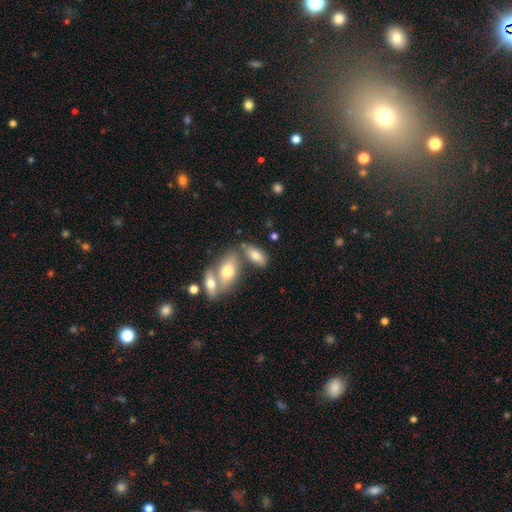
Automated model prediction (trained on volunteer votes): A smooth galaxy with no disk features (75%) that is in between round and cigar-shaped (86%).

Vote fractions:
- Smooth or featured? smooth: 75% / featured or disk: 17% / star or artifact: 7%
- How rounded? in between: 86% / cigar-shaped: 10% / round: 4%
- Merging? none: 51% / merger: 34% / minor disturbance: 11% / major disturbance: 4%